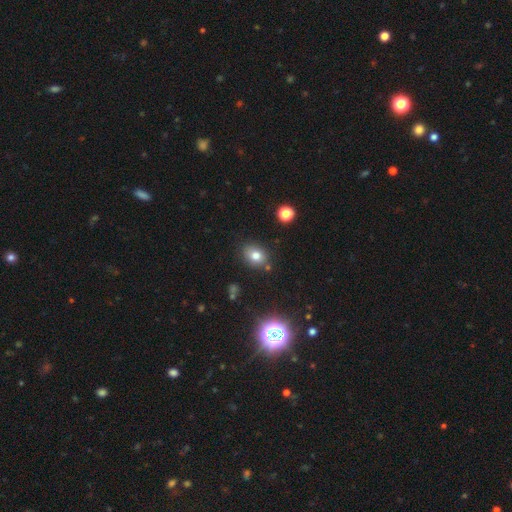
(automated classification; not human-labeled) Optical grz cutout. It shows a smooth galaxy with no disk features (76%) that is in between round and cigar-shaped (54%). Merging: none (79%).